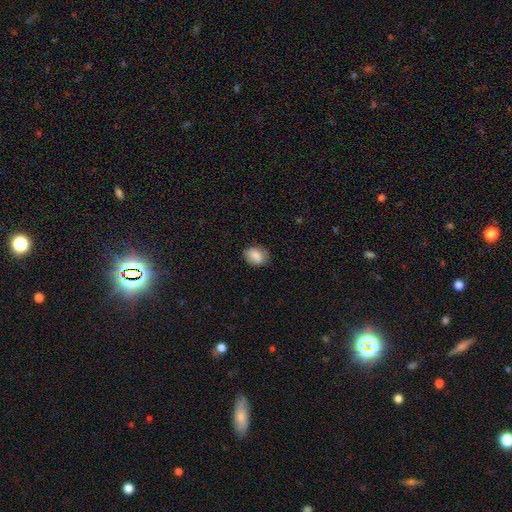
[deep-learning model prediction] Smooth or featured: smooth — 85% (star or artifact — 8%)
How rounded: in between — 66% (round — 33%)
Merging: none — 78% (minor disturbance — 17%)